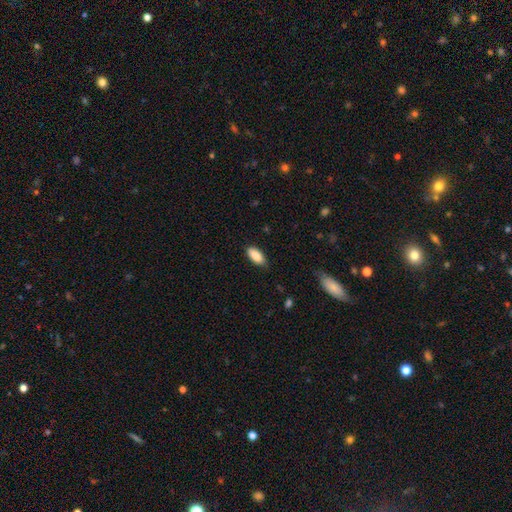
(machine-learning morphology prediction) Smooth or featured?
  - smooth: 88% *
  - star or artifact: 7%
  - featured or disk: 5%
How rounded?
  - in between: 87% *
  - cigar-shaped: 11%
  - round: 2%
Merging?
  - none: 81% *
  - minor disturbance: 15%
  - major disturbance: 3%
  - merger: 1%